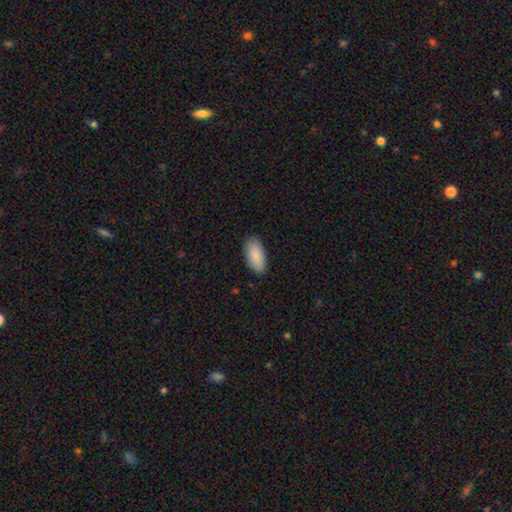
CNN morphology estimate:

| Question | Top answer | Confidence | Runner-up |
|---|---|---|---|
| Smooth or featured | smooth | 87% | featured or disk (7%) |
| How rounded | in between | 94% | cigar-shaped (4%) |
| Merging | none | 87% | minor disturbance (11%) |